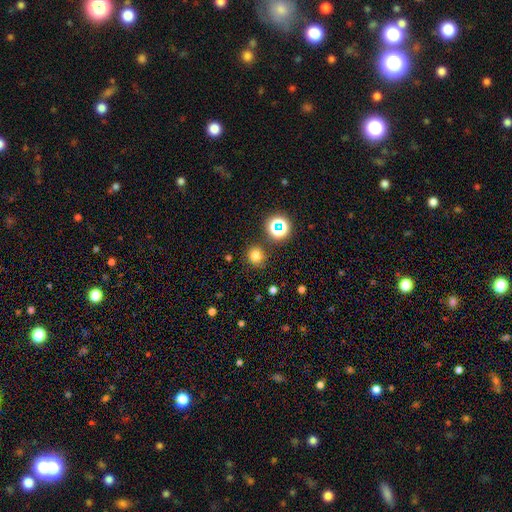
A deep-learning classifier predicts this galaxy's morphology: Smooth or featured?
  - smooth: 74% *
  - star or artifact: 20%
  - featured or disk: 6%
How rounded?
  - round: 92% *
  - in between: 7%
  - cigar-shaped: 1%
Merging?
  - none: 84% *
  - minor disturbance: 9%
  - merger: 4%
  - major disturbance: 3%